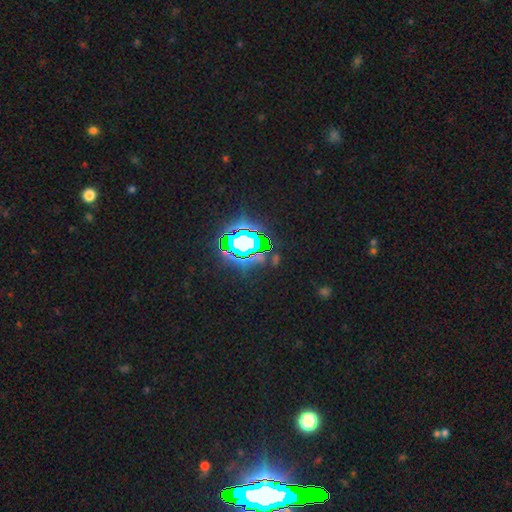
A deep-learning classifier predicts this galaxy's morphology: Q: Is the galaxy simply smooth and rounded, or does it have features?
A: star or artifact — 73%.